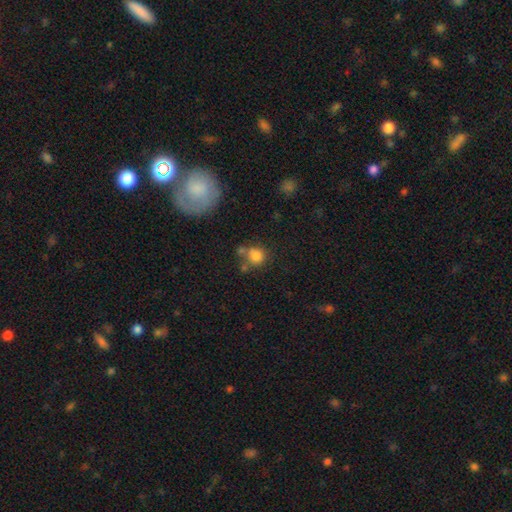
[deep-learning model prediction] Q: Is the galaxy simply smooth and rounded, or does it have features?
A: smooth — 80%.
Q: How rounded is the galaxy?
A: round — 83%.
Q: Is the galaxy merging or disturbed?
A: none — 53%.